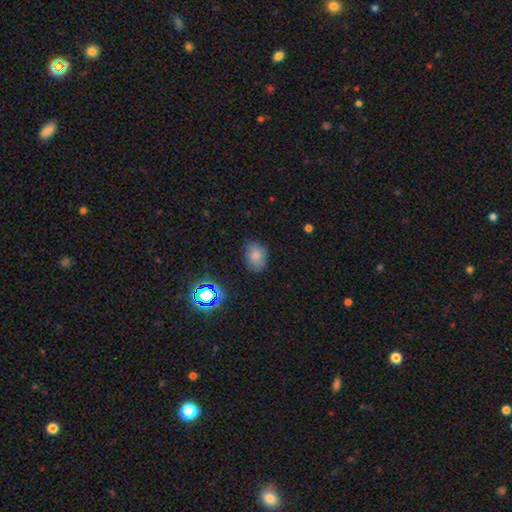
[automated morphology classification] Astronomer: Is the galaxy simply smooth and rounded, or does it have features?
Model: smooth — 77%.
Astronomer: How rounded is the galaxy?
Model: in between — 69%.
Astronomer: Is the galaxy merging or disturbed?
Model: none — 79%.